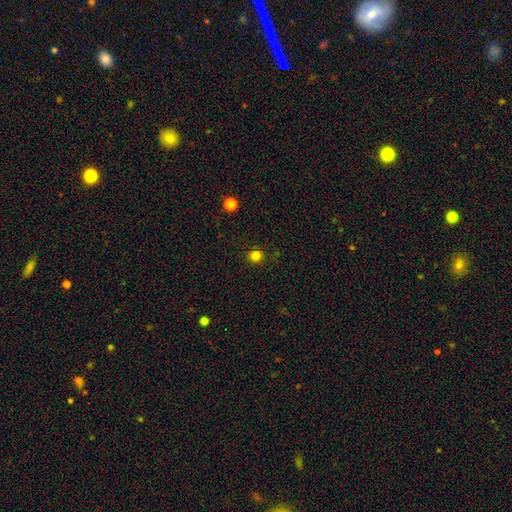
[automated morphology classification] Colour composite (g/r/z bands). It shows a smooth galaxy with no disk features (81%) that is round (94%). Merging: none (91%).